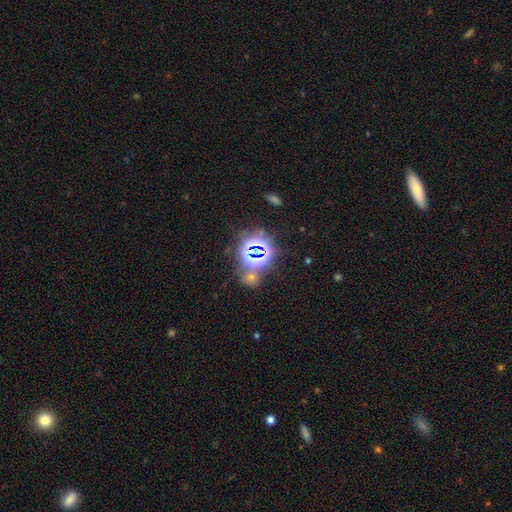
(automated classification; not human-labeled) Smooth or featured?
  - star or artifact: 74% *
  - smooth: 16%
  - featured or disk: 10%